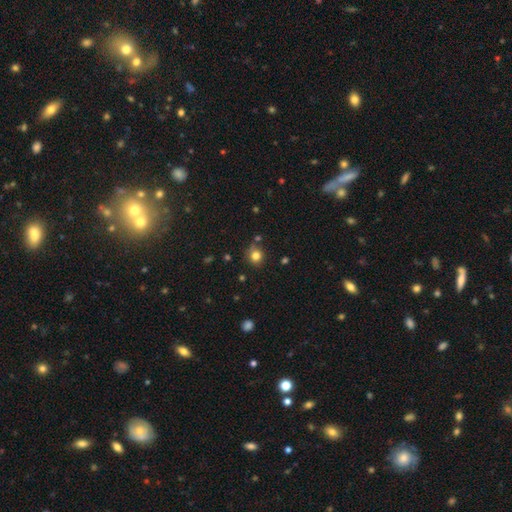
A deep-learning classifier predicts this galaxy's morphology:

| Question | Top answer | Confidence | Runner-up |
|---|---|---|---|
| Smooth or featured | smooth | 80% | star or artifact (13%) |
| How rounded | round | 83% | in between (16%) |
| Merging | none | 73% | minor disturbance (16%) |